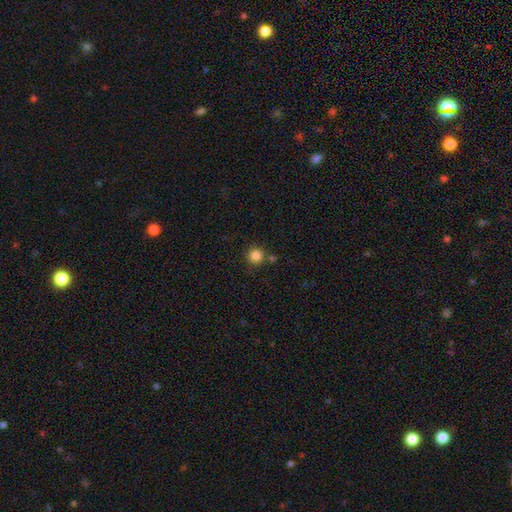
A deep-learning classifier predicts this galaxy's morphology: Overall: smooth (84%). How rounded: round (95%). Merging: none (80%).